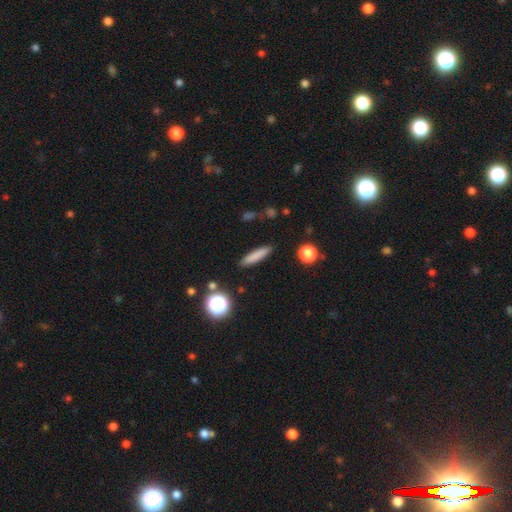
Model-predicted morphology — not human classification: smooth 80%, featured or disk 11%, star or artifact 9%. Down the decision tree: how rounded — cigar-shaped (84%); merging — none (88%).